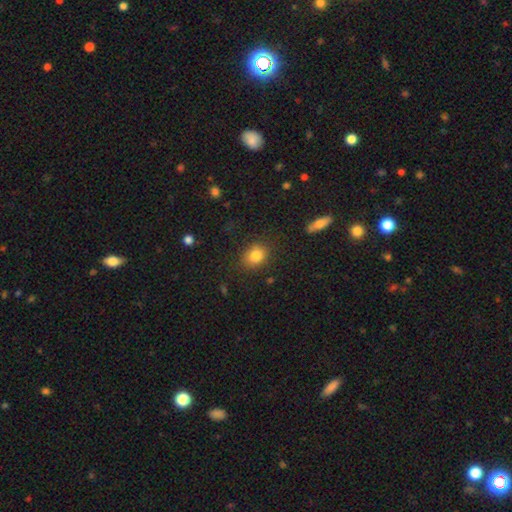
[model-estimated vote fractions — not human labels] smooth 83%, star or artifact 10%, featured or disk 7%. Down the decision tree: how rounded — round (52%); merging — none (80%).